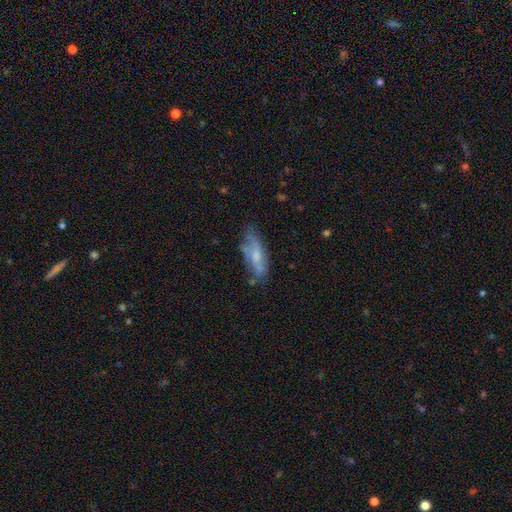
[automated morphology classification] This is possibly a smooth galaxy (47%). Merging: possibly none (58%).